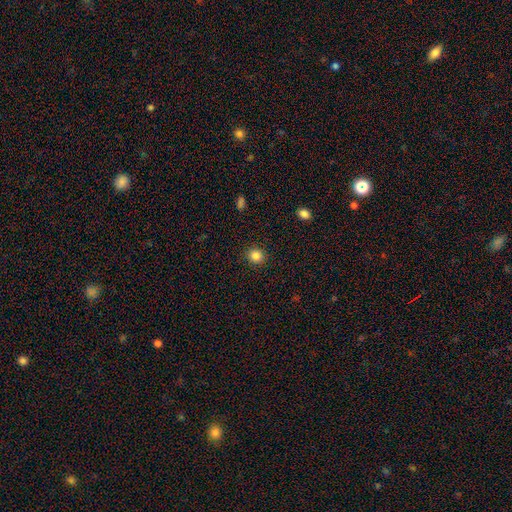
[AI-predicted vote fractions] smooth 85%, star or artifact 11%, featured or disk 4%. Down the decision tree: how rounded — round (88%); merging — none (91%).